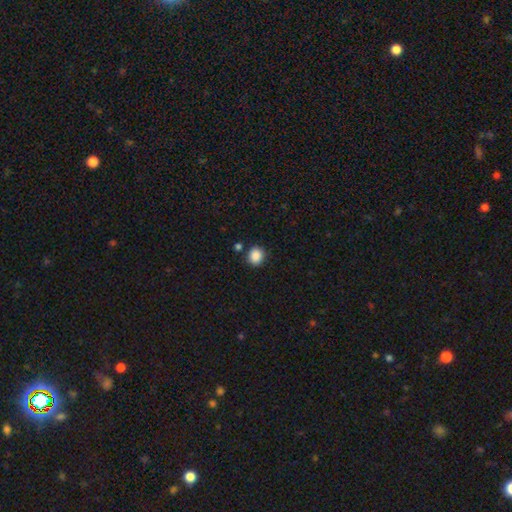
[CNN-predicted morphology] Smooth or featured: smooth — 88% (star or artifact — 10%)
How rounded: round — 81% (in between — 18%)
Merging: none — 84% (minor disturbance — 9%)